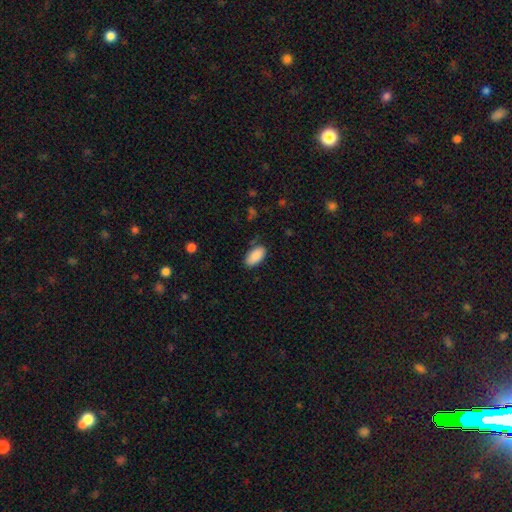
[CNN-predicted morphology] This appears to be a smooth galaxy with no disk features (89%) that is in between round and cigar-shaped (94%). Merging: none (80%).